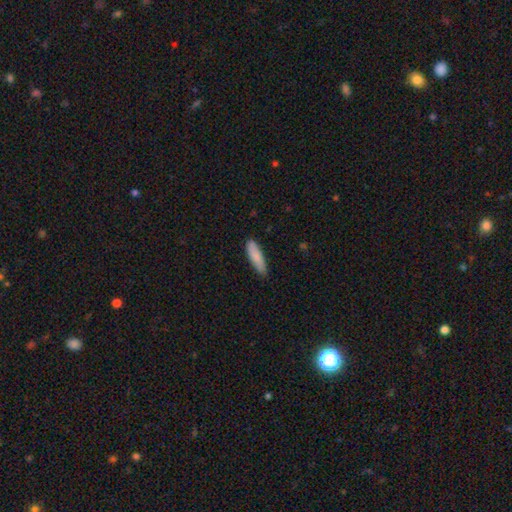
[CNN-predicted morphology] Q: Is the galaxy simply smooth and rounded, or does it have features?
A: smooth — 83%.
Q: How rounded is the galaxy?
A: cigar-shaped — 59%.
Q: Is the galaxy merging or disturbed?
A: none — 82%.